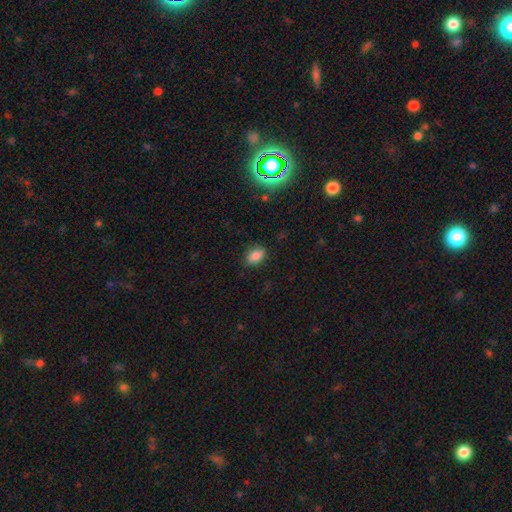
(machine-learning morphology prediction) Smooth or featured: smooth — 84% (star or artifact — 11%)
How rounded: in between — 87% (round — 10%)
Merging: none — 84% (minor disturbance — 12%)